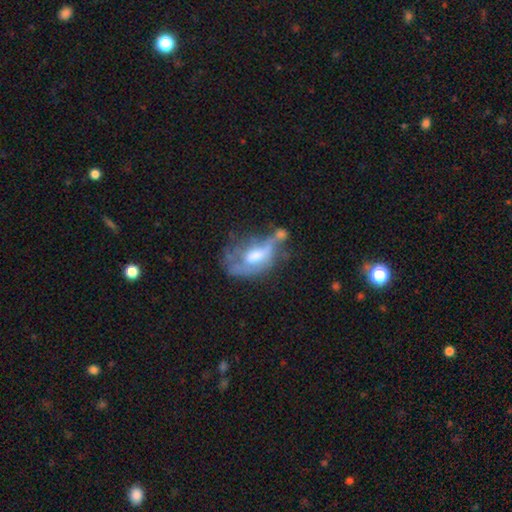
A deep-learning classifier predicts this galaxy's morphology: type=featured or disk (59%); edge-on=no (90%); bar=no (55%); spiral arms=no (65%); bulge=moderate (57%); merging=major disturbance (34%).